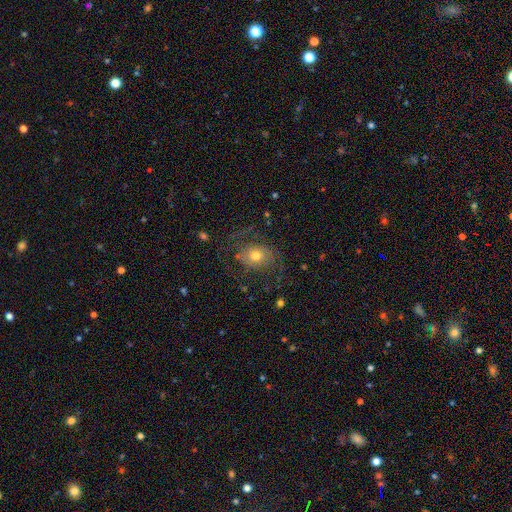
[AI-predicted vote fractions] featured or disk 49%, smooth 40%, star or artifact 11%. Down the decision tree: merging — none (58%).